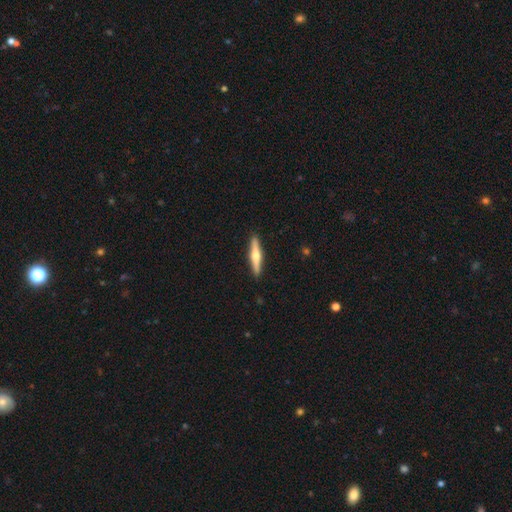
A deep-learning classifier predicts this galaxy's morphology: Smooth or featured? featured or disk (61%)
Edge-on disk? yes (97%)
Edge-on bulge? rounded (93%)
Merging? none (92%)